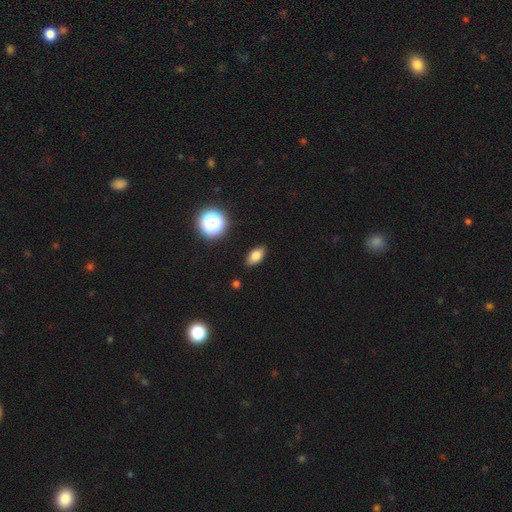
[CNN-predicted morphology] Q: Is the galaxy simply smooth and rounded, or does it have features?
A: smooth — 76%.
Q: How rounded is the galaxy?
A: in between — 85%.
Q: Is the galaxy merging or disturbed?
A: none — 87%.